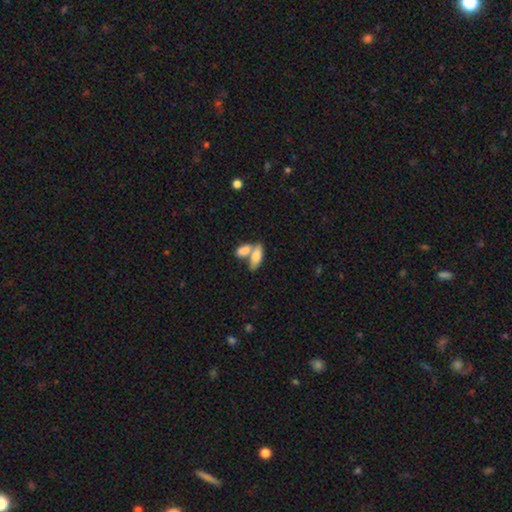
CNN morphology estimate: This is likely a smooth galaxy (78%). How rounded: clearly in between (84%). Merging: possibly merger (59%).